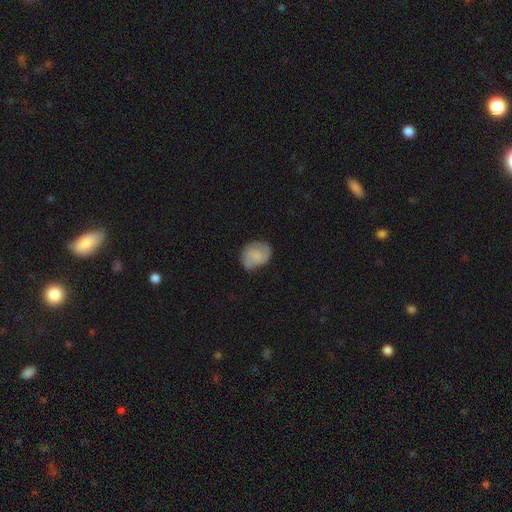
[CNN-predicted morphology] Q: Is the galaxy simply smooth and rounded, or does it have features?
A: smooth — 53%.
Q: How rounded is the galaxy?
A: in between — 54%.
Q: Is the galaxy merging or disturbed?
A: none — 65%.